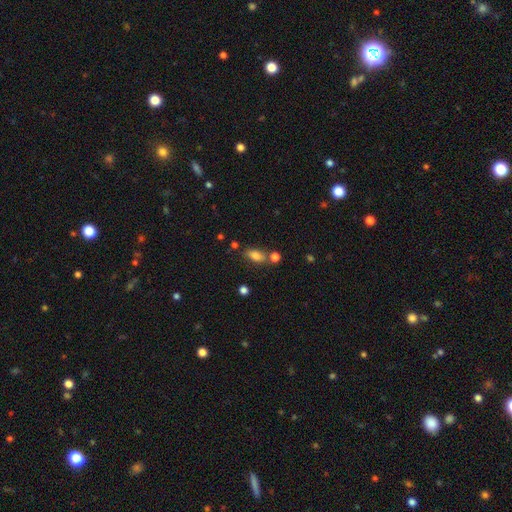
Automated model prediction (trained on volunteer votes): Morphology: type=smooth (78%); roundness=in between (80%); merging=none (64%).